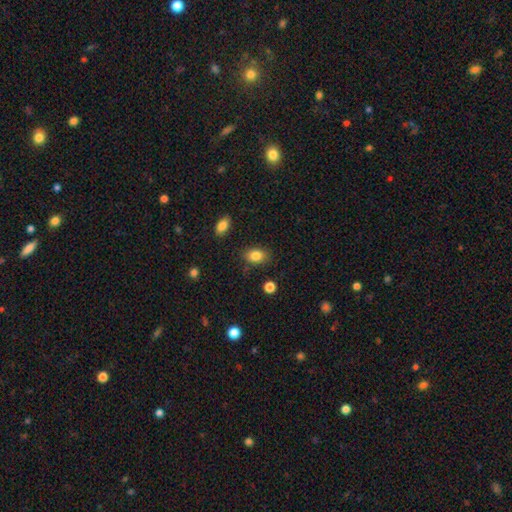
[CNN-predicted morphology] Smooth or featured?
  - smooth: 84% *
  - star or artifact: 9%
  - featured or disk: 7%
How rounded?
  - in between: 79% *
  - round: 20%
  - cigar-shaped: 2%
Merging?
  - none: 82% *
  - minor disturbance: 13%
  - major disturbance: 3%
  - merger: 2%